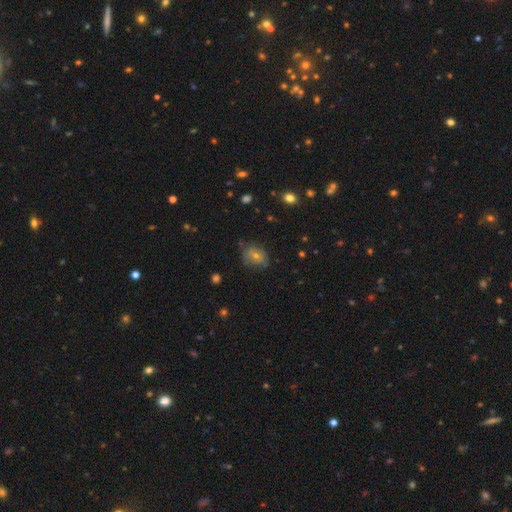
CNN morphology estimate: Overall: smooth (46%; featured or disk 31%). Merging: none (65%).